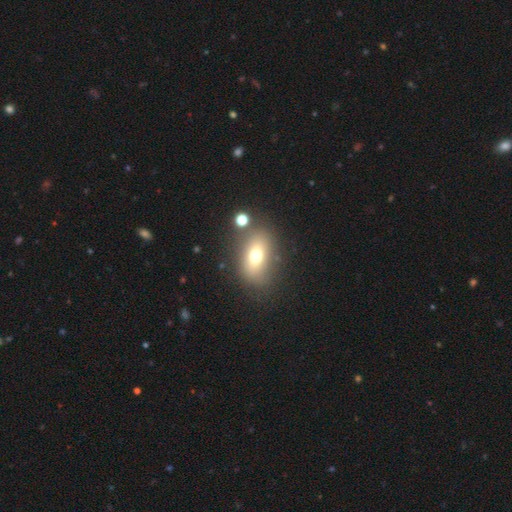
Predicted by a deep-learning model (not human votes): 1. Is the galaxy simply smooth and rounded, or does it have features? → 68% smooth, 19% featured or disk, 13% star or artifact.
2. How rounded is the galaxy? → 78% in between, 18% round, 3% cigar-shaped.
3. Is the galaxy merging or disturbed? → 74% none, 13% minor disturbance, 7% merger, 6% major disturbance.